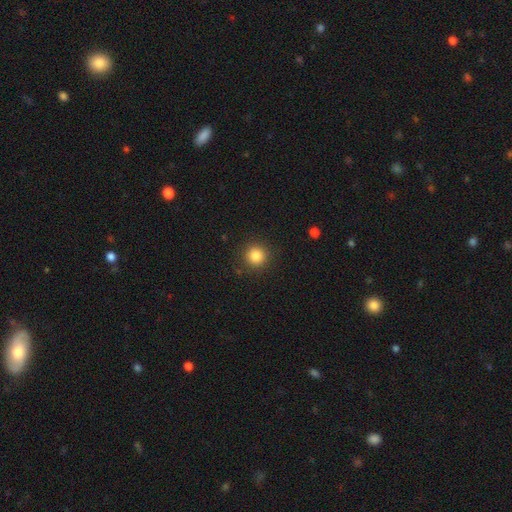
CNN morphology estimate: Q: Smooth or featured?
A: smooth (84%); runner-up: star or artifact (11%)
Q: How rounded?
A: round (94%); runner-up: in between (5%)
Q: Merging?
A: none (89%); runner-up: minor disturbance (7%)